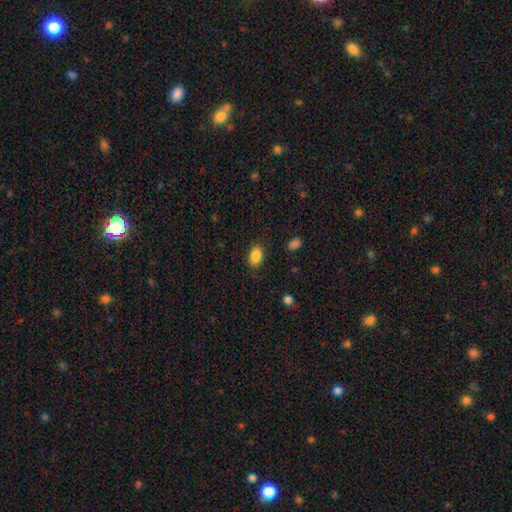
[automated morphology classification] Smooth or featured? Predicted: smooth (p=0.87). How rounded? Predicted: in between (p=0.86). Merging? Predicted: none (p=0.83).